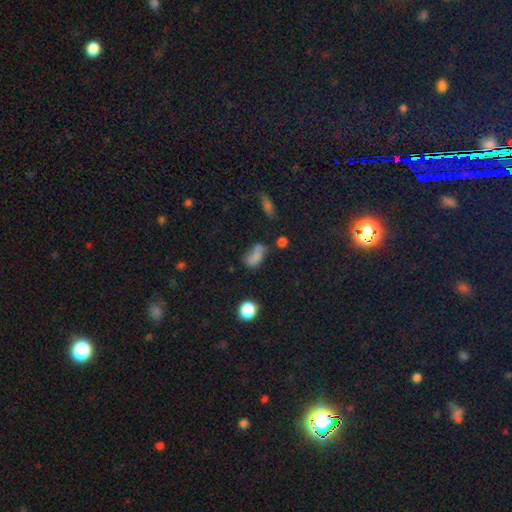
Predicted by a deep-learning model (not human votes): A smooth galaxy with no disk features (65%) that is in between round and cigar-shaped (81%).

Vote fractions:
- Smooth or featured? smooth: 65% / featured or disk: 18% / star or artifact: 17%
- How rounded? in between: 81% / round: 13% / cigar-shaped: 6%
- Merging? none: 35% / minor disturbance: 25% / major disturbance: 20% / merger: 20%